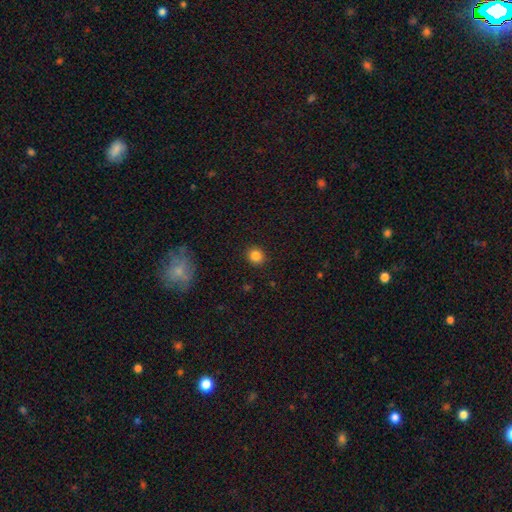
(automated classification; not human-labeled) smooth 85%, star or artifact 11%, featured or disk 5%. Down the decision tree: how rounded — round (81%); merging — none (91%).